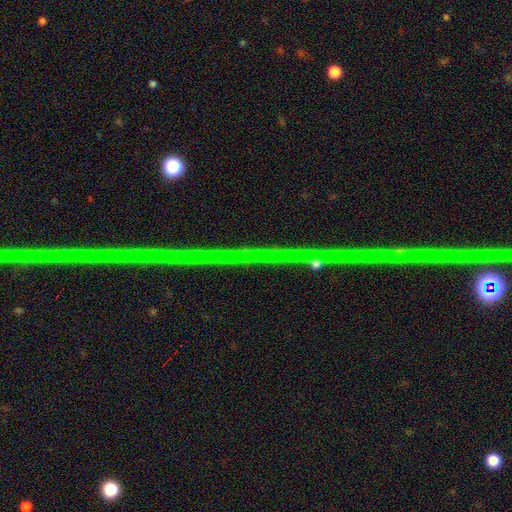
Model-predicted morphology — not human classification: Smooth or featured: star or artifact — 84% (featured or disk — 11%)